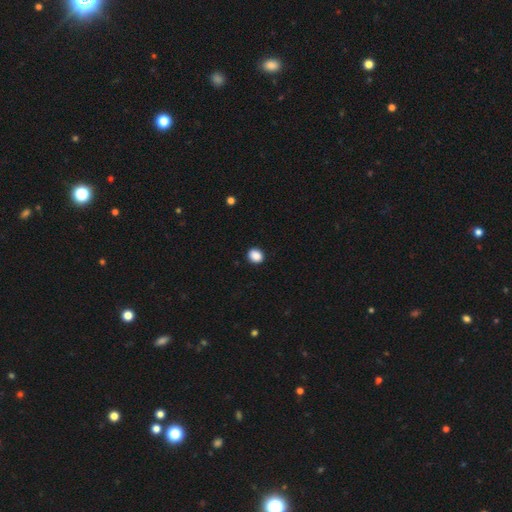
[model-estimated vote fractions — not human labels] Smooth or featured: smooth — 89% (star or artifact — 9%)
How rounded: round — 66% (in between — 33%)
Merging: none — 91% (minor disturbance — 7%)